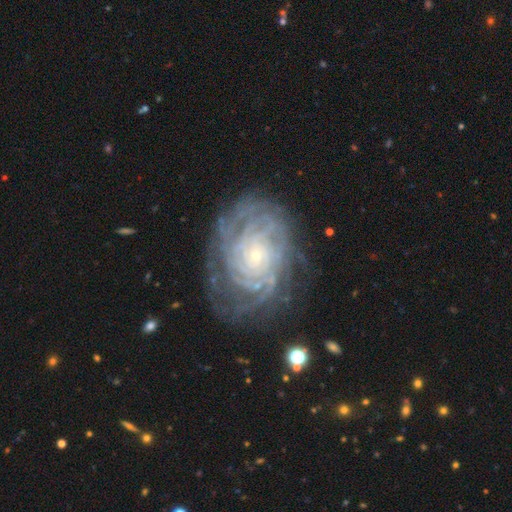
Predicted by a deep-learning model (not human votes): The model was most divided on "spiral arm count": can't tell: 30%, more than 4: 27%, 4: 19%, 3: 10%, 2: 8%, 1: 7%. More confident: edge-on disk — no (97%); spiral arms — yes (96%); smooth or featured — featured or disk (87%); bulge size — small (86%); spiral winding — tight (81%); bar — no (80%); merging — none (73%).